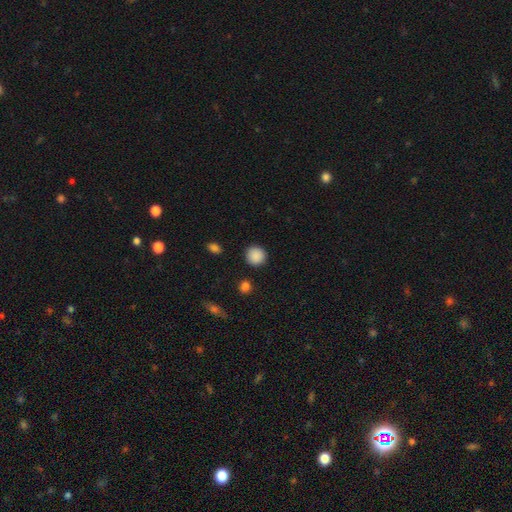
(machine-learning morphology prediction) type=smooth (89%); roundness=round (92%); merging=none (91%).